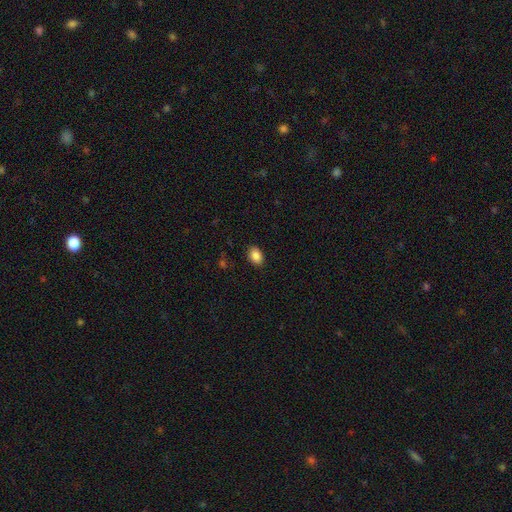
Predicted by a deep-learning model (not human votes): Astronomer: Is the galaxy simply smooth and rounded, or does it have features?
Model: smooth — 88%.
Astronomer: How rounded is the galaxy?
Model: in between — 79%.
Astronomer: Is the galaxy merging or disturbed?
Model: none — 88%.